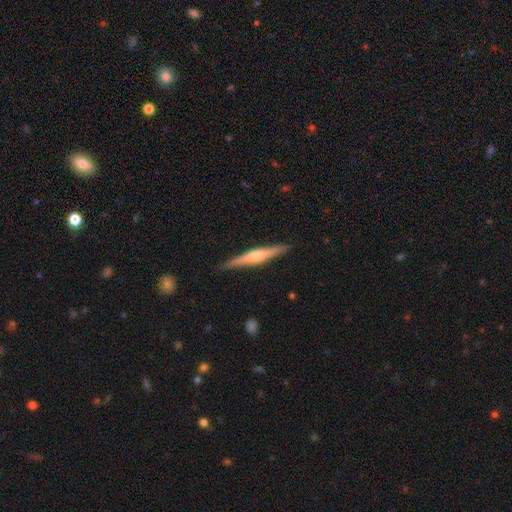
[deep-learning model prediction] Morphology: type=featured or disk (62%); edge-on=yes (97%); edge-on bulge=rounded (71%); merging=none (89%).